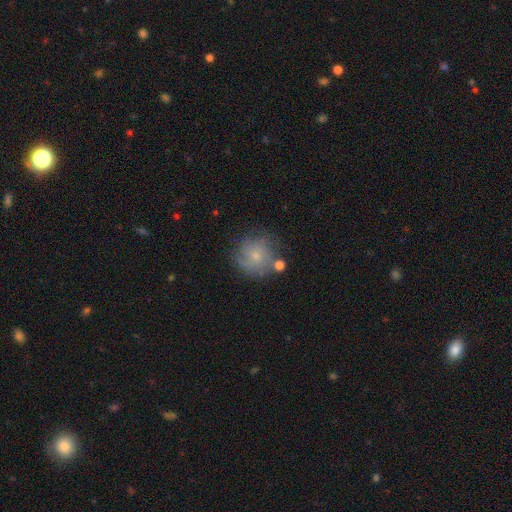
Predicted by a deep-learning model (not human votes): Smooth or featured?
  - smooth: 53% *
  - featured or disk: 36%
  - star or artifact: 11%
How rounded?
  - round: 89% *
  - in between: 10%
  - cigar-shaped: 1%
Merging?
  - none: 66% *
  - minor disturbance: 19%
  - major disturbance: 9%
  - merger: 6%